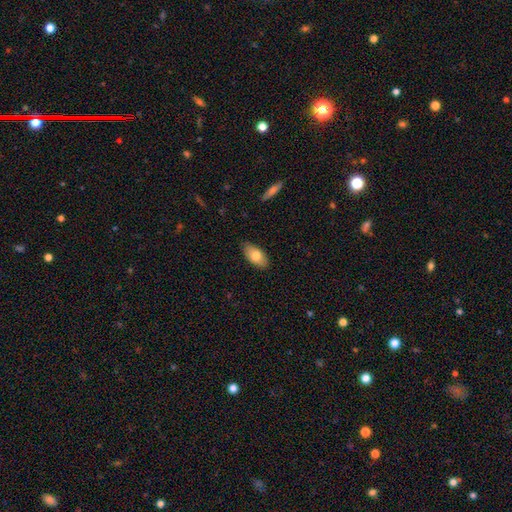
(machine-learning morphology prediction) Smooth or featured: smooth — 78% (featured or disk — 16%)
How rounded: in between — 93% (cigar-shaped — 4%)
Merging: none — 86% (minor disturbance — 11%)